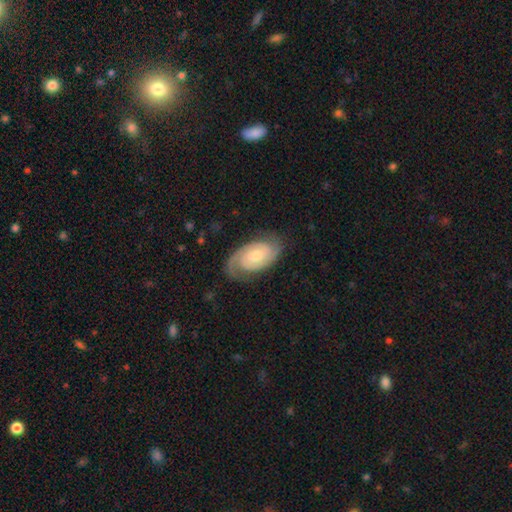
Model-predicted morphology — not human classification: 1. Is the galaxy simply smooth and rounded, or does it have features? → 85% featured or disk, 10% smooth, 5% star or artifact.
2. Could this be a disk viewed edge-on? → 96% no, 4% yes.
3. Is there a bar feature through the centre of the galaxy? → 64% no, 29% weak, 7% strong.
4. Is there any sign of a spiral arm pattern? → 97% yes, 3% no.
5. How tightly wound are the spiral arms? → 62% tight, 31% medium, 7% loose.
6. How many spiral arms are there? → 86% 2, 6% can't tell, 4% 1, 2% 3, 1% 4, 1% more than 4.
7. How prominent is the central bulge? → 61% moderate, 31% small, 4% large, 2% none, 1% dominant.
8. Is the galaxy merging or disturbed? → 79% none, 15% minor disturbance, 5% major disturbance, 1% merger.